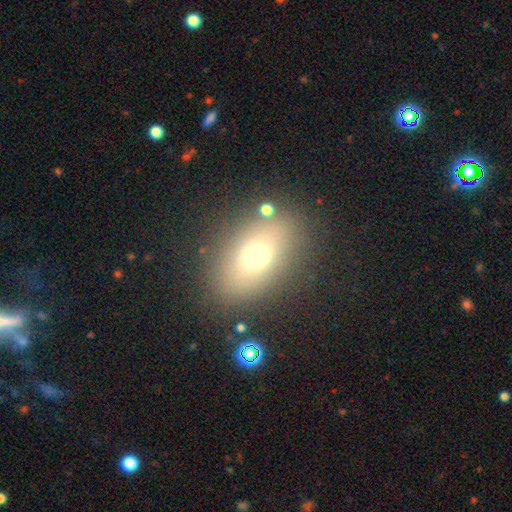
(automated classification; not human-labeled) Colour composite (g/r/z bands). It shows a smooth galaxy with no disk features (66%) that is in between round and cigar-shaped (80%). Merging: none (82%).